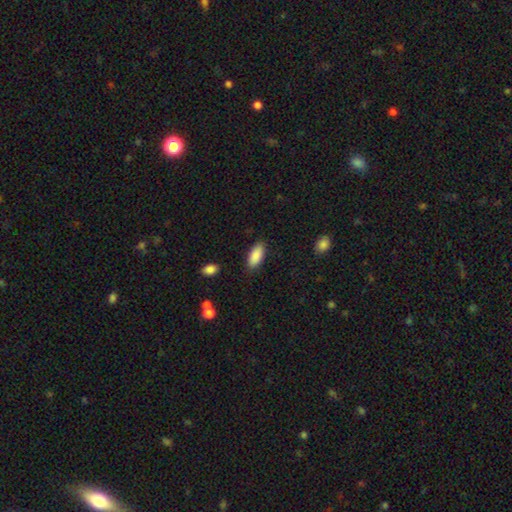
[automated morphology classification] Overall: smooth (89%). How rounded: in between (87%). Merging: none (85%).